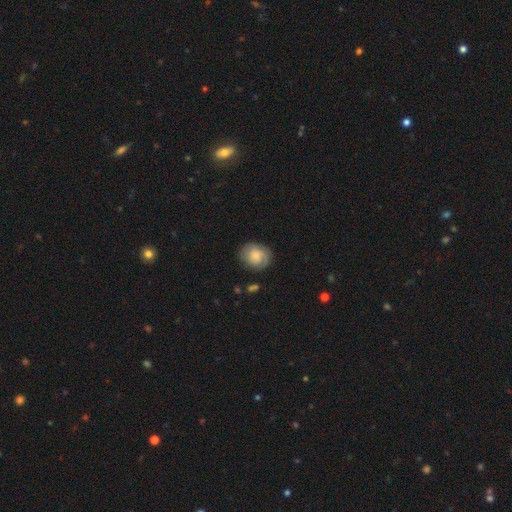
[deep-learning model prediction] smooth 59%, featured or disk 33%, star or artifact 8%. Down the decision tree: how rounded — round (61%); merging — none (74%).